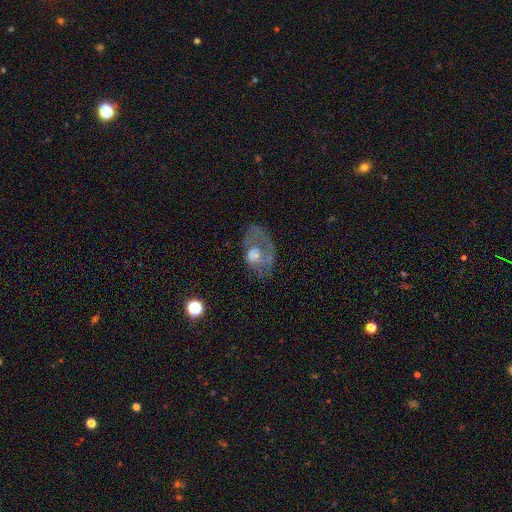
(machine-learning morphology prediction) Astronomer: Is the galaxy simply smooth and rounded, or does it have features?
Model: featured or disk — 56%.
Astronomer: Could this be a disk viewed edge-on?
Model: no — 95%.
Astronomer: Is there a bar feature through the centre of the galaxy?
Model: no — 87%.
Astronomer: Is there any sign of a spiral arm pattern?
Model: no — 68%.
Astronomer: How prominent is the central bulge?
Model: moderate — 45%.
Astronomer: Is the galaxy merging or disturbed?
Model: none — 41% (runner-up: major disturbance, 34%).